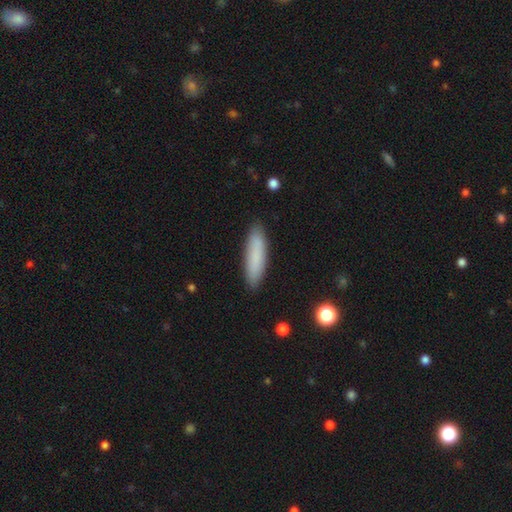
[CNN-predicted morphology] This is clearly a smooth galaxy (84%). How rounded: likely cigar-shaped (71%). Merging: clearly none (88%).